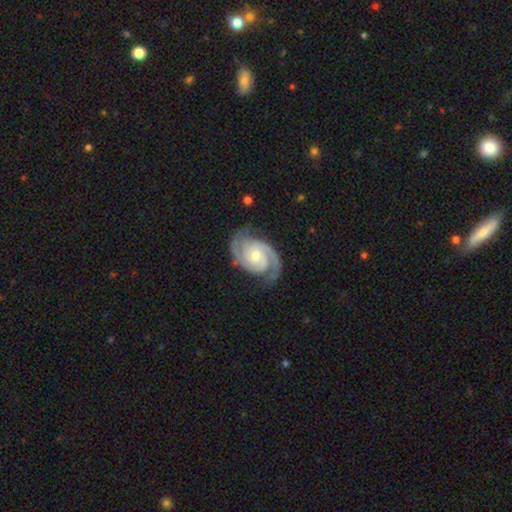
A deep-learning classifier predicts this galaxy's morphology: featured or disk 93%, star or artifact 4%, smooth 4%. Down the decision tree: edge-on disk — no (98%); bar — no (67%); spiral arms — yes (98%); spiral arm count — 2 (89%); spiral winding — tight (54%); bulge size — small (53%); merging — none (79%).